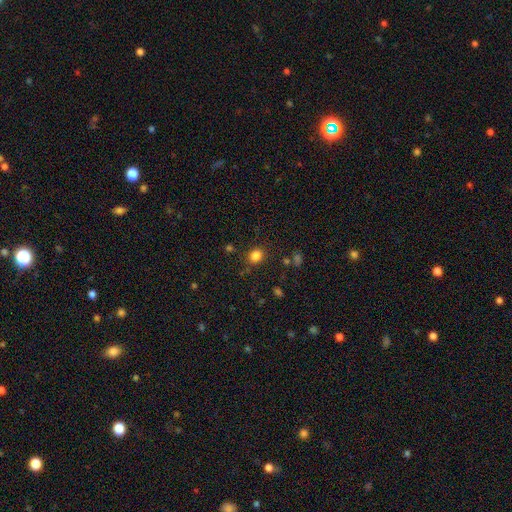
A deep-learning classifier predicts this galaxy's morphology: A smooth galaxy with no disk features (83%) that is round (68%). Merging: none (84%).